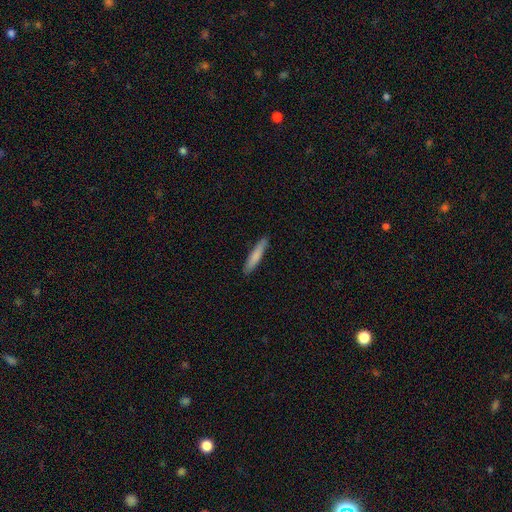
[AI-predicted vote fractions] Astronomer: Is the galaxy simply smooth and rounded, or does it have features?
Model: smooth — 80%.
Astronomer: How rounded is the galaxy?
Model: cigar-shaped — 91%.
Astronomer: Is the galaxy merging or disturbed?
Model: none — 89%.